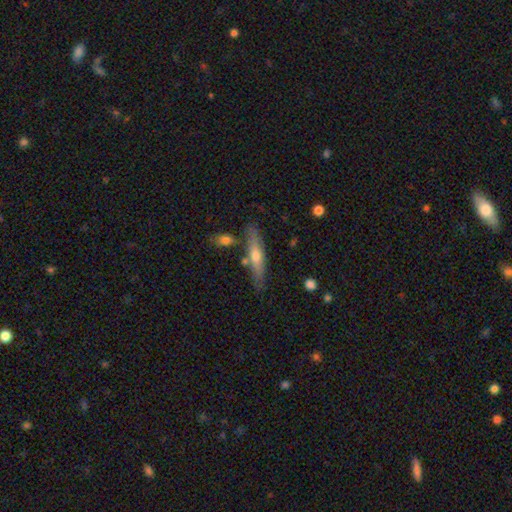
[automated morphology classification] This is possibly a featured or disk galaxy (47%, tied with smooth). Merging: likely none (77%).